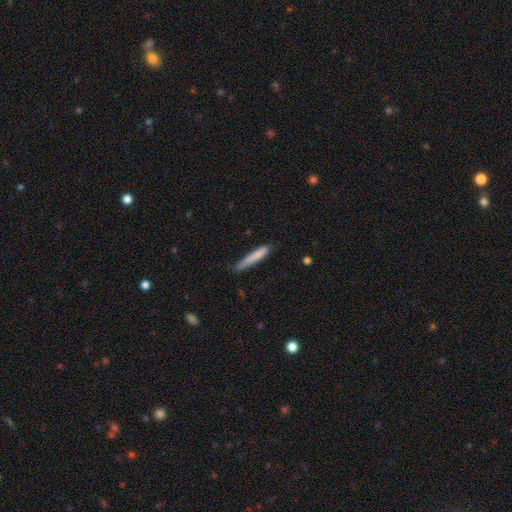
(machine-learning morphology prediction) A smooth galaxy with no disk features (79%) that is cigar-shaped (94%).

Vote fractions:
- Smooth or featured? smooth: 79% / featured or disk: 15% / star or artifact: 6%
- How rounded? cigar-shaped: 94% / in between: 4% / round: 1%
- Merging? none: 74% / minor disturbance: 20% / major disturbance: 3% / merger: 2%